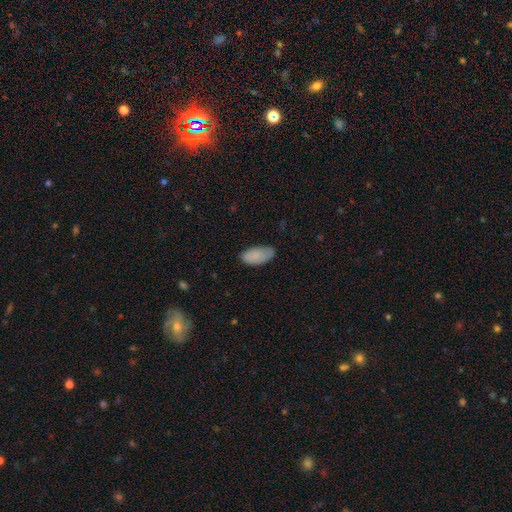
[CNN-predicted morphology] The model was most divided on "merging": none: 70%, minor disturbance: 24%, major disturbance: 4%, merger: 1%. More confident: how rounded — in between (94%); smooth or featured — smooth (85%).